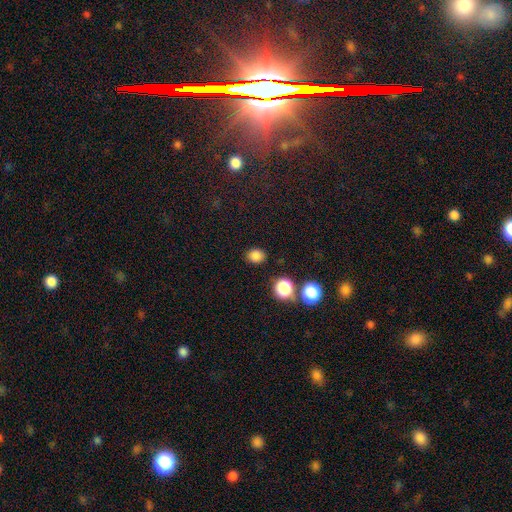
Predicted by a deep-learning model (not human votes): The model was most divided on "how rounded": round: 61%, in between: 38%, cigar-shaped: 1%. More confident: merging — none (84%); smooth or featured — smooth (83%).